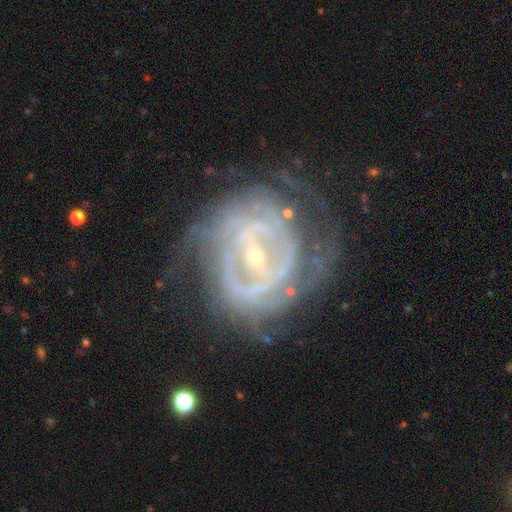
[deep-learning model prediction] Smooth or featured: featured or disk — 88% (smooth — 6%)
Edge-on disk: no — 96% (yes — 4%)
Bar: strong — 46% (weak — 37%)
Spiral arms: yes — 87% (no — 13%)
Spiral winding: tight — 65% (medium — 26%)
Spiral arm count: can't tell — 42% (2 — 24%)
Bulge size: small — 75% (moderate — 21%)
Merging: none — 64% (minor disturbance — 19%)